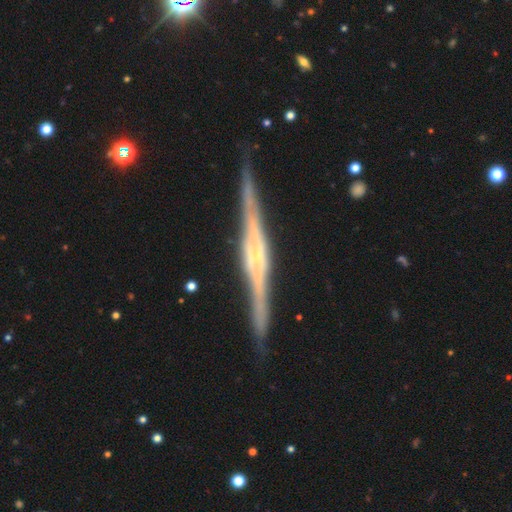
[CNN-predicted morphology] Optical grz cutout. It shows a featured or disk galaxy (89%) viewed edge-on (98%) with a boxy central bulge (54%). Merging: none (90%).